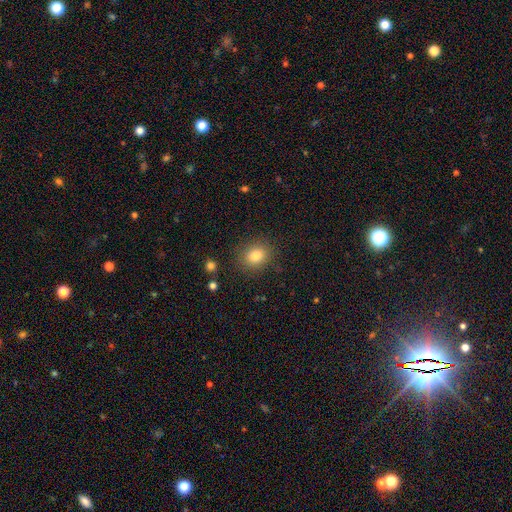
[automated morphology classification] Q: Smooth or featured?
A: smooth (82%); runner-up: star or artifact (11%)
Q: How rounded?
A: round (59%); runner-up: in between (40%)
Q: Merging?
A: none (86%); runner-up: minor disturbance (9%)